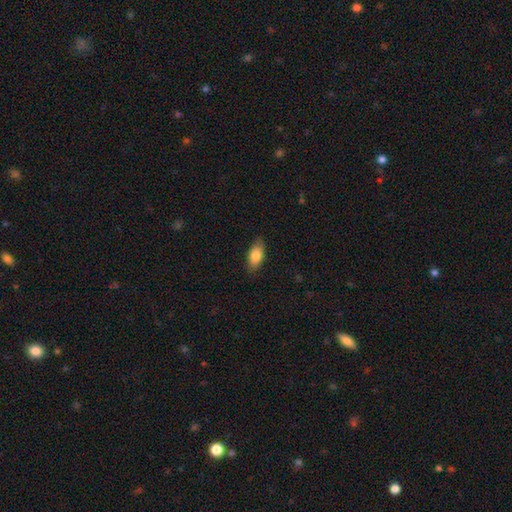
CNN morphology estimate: Smooth or featured? smooth (81%)
How rounded? in between (88%)
Merging? none (84%)